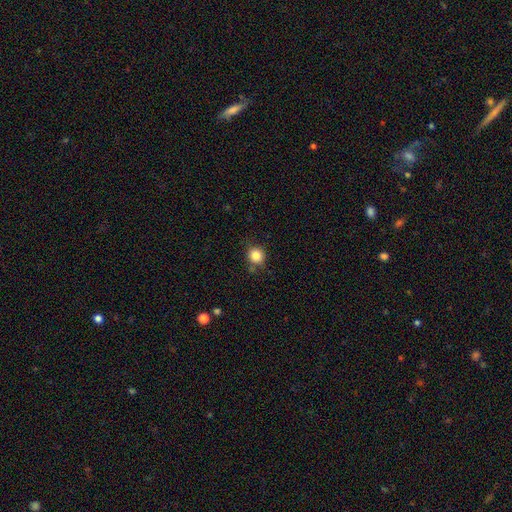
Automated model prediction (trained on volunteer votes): This appears to be a smooth galaxy with no disk features (84%) that is round (88%). Merging: none (78%).